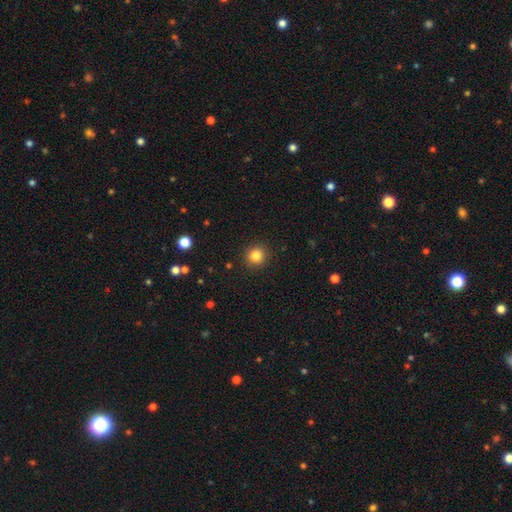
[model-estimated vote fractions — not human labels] Smooth or featured?
  - smooth: 84% *
  - star or artifact: 12%
  - featured or disk: 5%
How rounded?
  - round: 91% *
  - in between: 8%
  - cigar-shaped: 1%
Merging?
  - none: 91% *
  - minor disturbance: 6%
  - major disturbance: 2%
  - merger: 1%